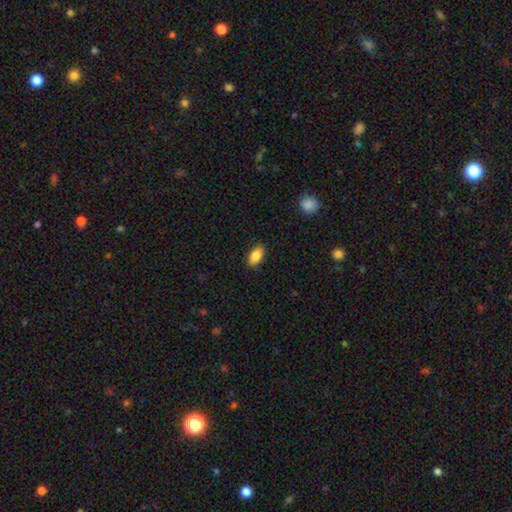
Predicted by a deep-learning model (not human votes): Smooth or featured? smooth (86%)
How rounded? in between (91%)
Merging? none (88%)